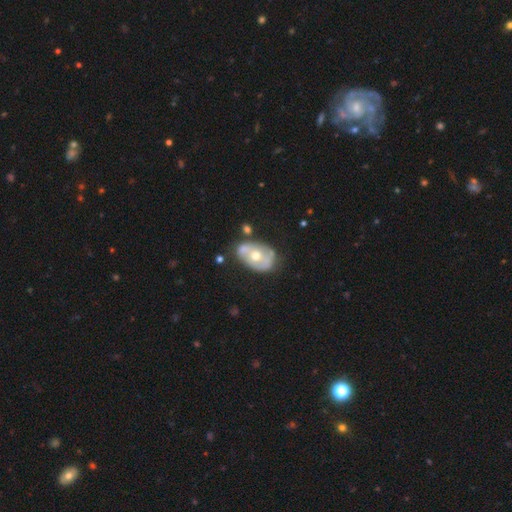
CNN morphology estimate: Smooth or featured: featured or disk — 61% (smooth — 33%)
Edge-on disk: no — 94% (yes — 6%)
Bar: no — 74% (weak — 18%)
Spiral arms: no — 63% (yes — 37%)
Bulge size: moderate — 75% (small — 19%)
Merging: none — 55% (minor disturbance — 24%)